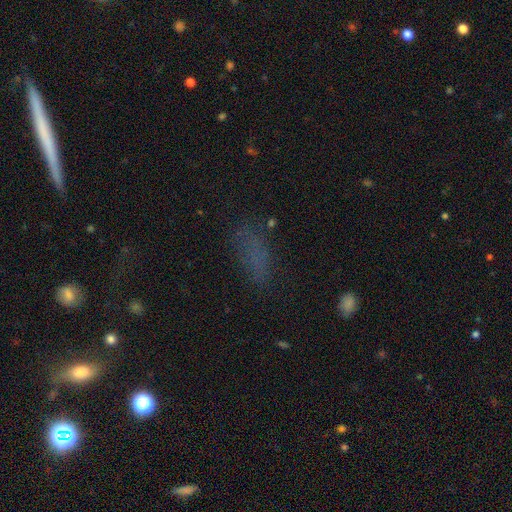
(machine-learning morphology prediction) Q: Smooth or featured?
A: smooth (58%); runner-up: star or artifact (29%)
Q: How rounded?
A: in between (76%); runner-up: cigar-shaped (18%)
Q: Merging?
A: none (64%); runner-up: minor disturbance (19%)